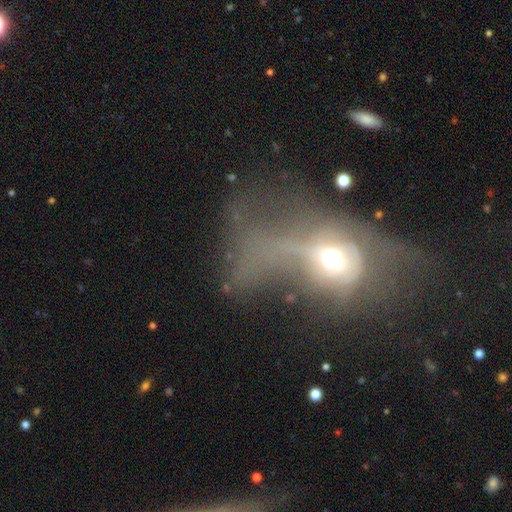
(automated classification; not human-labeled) This appears to be a featured or disk galaxy (46%). Merging: major disturbance (58%).